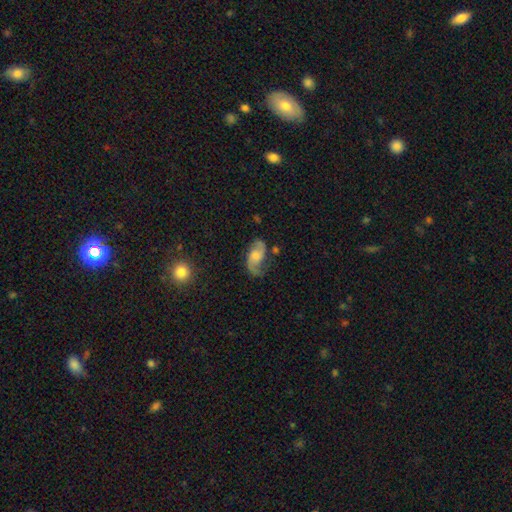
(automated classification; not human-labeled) Overall: featured or disk (80%). Edge-on disk: no (96%). Bar: no (60%; weak 34%). Spiral arms: yes (95%). Spiral arm count: 2 (90%). Spiral winding: loose (48%; medium 40%). Bulge size: moderate (48%; small 28%). Merging: none (70%).